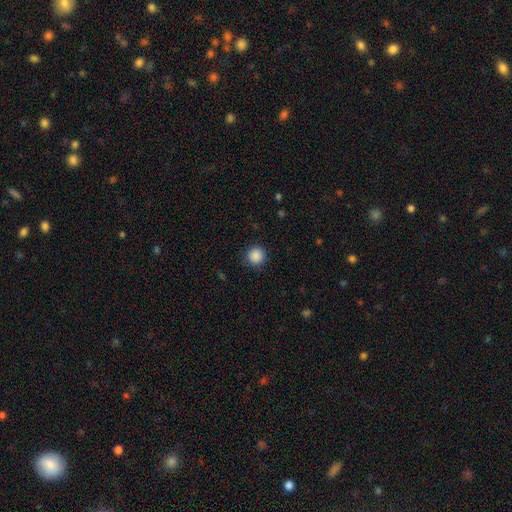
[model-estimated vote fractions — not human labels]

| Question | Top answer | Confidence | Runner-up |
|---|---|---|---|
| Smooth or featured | smooth | 88% | star or artifact (9%) |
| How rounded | round | 94% | in between (5%) |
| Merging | none | 89% | minor disturbance (8%) |